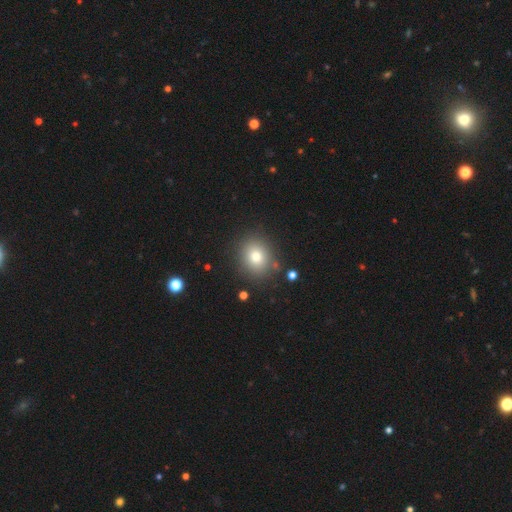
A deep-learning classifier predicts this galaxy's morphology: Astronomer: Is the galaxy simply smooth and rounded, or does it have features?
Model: smooth — 78%.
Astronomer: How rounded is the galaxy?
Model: round — 69%.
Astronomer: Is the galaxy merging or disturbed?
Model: none — 85%.